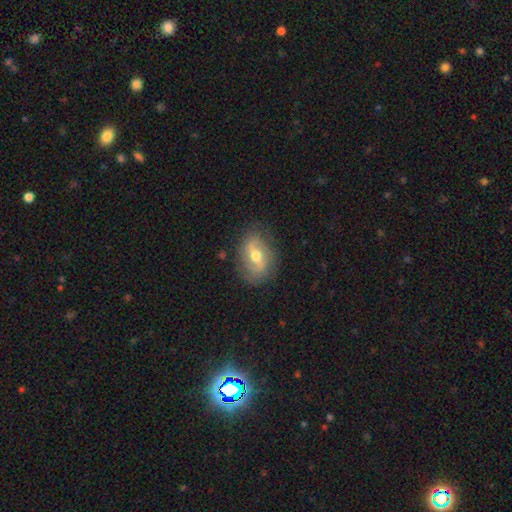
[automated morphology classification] This appears to be a featured or disk galaxy (65%) with a weak bar (43%), spiral arms (71%) and a moderate central bulge (75%). Merging: none (77%).